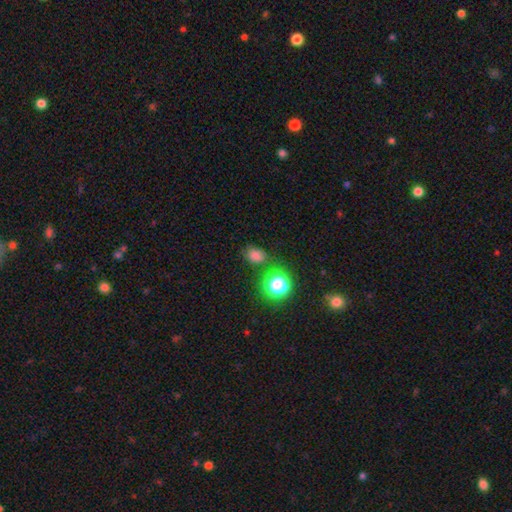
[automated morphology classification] smooth 73%, star or artifact 21%, featured or disk 6%. Down the decision tree: how rounded — in between (55%); merging — none (71%).